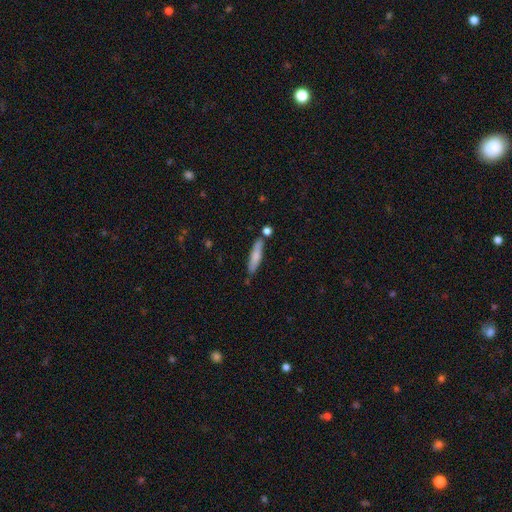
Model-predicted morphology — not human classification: Smooth or featured: smooth — 75% (featured or disk — 19%)
How rounded: cigar-shaped — 84% (in between — 15%)
Merging: none — 76% (minor disturbance — 13%)